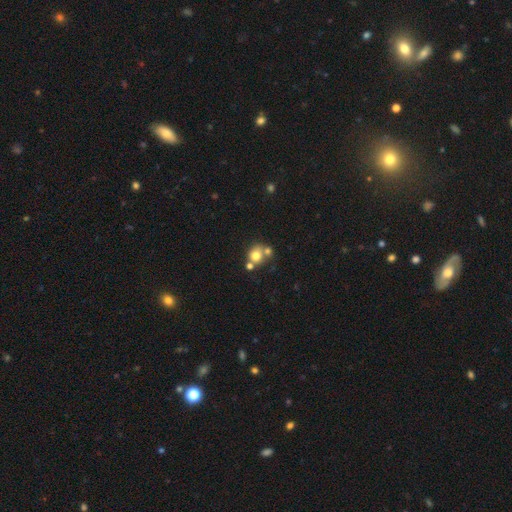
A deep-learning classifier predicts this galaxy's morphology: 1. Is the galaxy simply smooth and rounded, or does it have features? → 73% smooth, 15% featured or disk, 12% star or artifact.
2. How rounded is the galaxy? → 81% round, 18% in between, 1% cigar-shaped.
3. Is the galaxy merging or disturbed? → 49% none, 36% merger, 10% minor disturbance, 4% major disturbance.